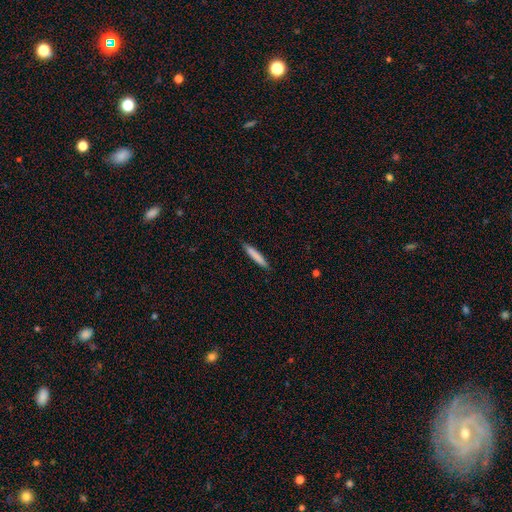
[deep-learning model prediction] Smooth or featured: smooth — 80% (featured or disk — 14%)
How rounded: cigar-shaped — 93% (in between — 6%)
Merging: none — 89% (minor disturbance — 9%)